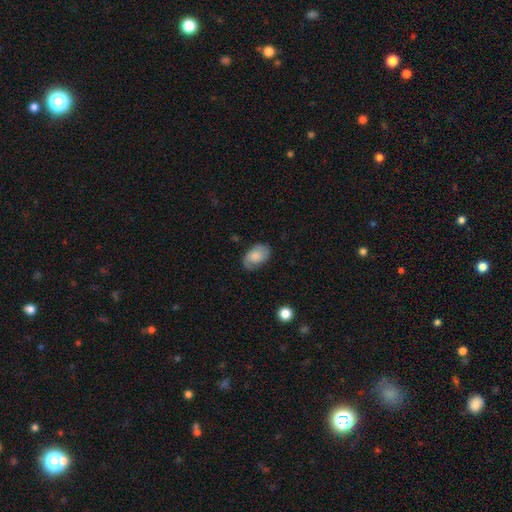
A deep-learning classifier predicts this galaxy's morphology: The model was most divided on "smooth or featured": smooth: 62%, featured or disk: 30%, star or artifact: 8%. More confident: how rounded — in between (89%); merging — none (67%).